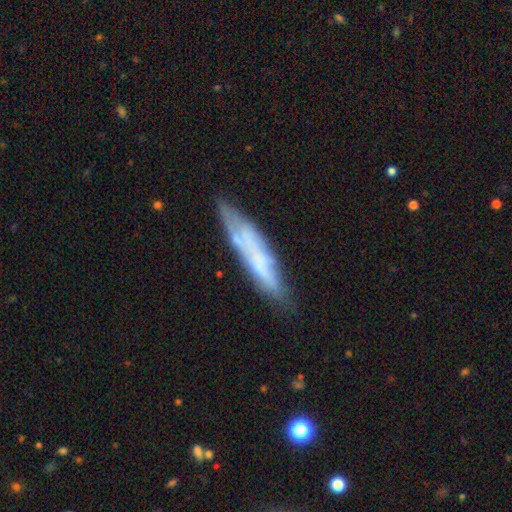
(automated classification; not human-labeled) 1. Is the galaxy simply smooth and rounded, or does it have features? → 47% featured or disk, 46% smooth, 8% star or artifact.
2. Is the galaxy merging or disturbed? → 67% none, 22% minor disturbance, 7% major disturbance, 4% merger.